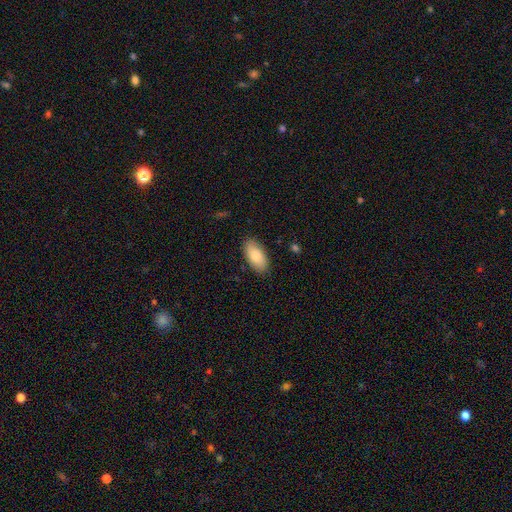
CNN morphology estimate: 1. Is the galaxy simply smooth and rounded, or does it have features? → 82% smooth, 12% featured or disk, 6% star or artifact.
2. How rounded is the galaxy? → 93% in between, 4% cigar-shaped, 2% round.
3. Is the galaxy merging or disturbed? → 86% none, 11% minor disturbance, 2% major disturbance, 1% merger.